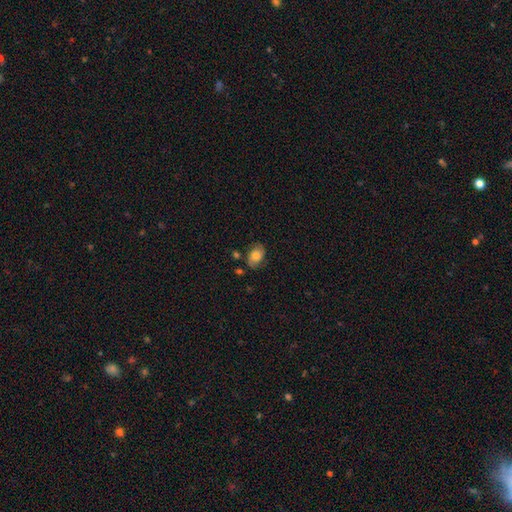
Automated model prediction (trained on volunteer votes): smooth 67%, featured or disk 24%, star or artifact 9%. Down the decision tree: how rounded — in between (82%); merging — none (73%).